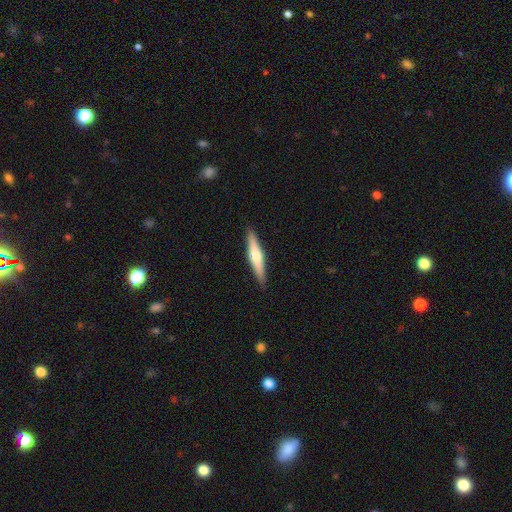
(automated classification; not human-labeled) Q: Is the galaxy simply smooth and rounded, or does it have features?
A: featured or disk — 56%.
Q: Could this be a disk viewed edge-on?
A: yes — 96%.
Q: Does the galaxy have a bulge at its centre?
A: rounded — 85%.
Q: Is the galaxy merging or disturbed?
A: none — 91%.